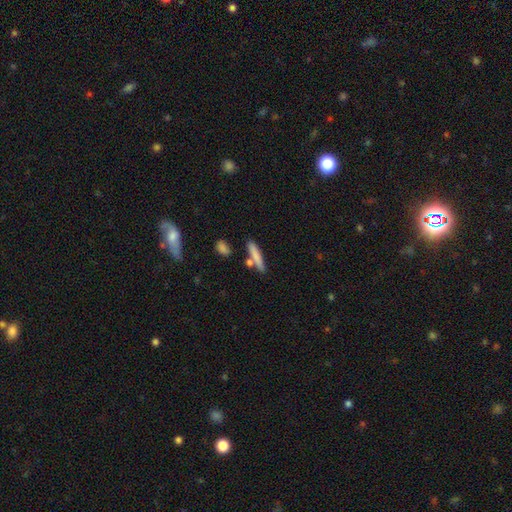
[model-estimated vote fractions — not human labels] This is likely a smooth galaxy (78%). How rounded: clearly cigar-shaped (86%). Merging: likely none (72%).